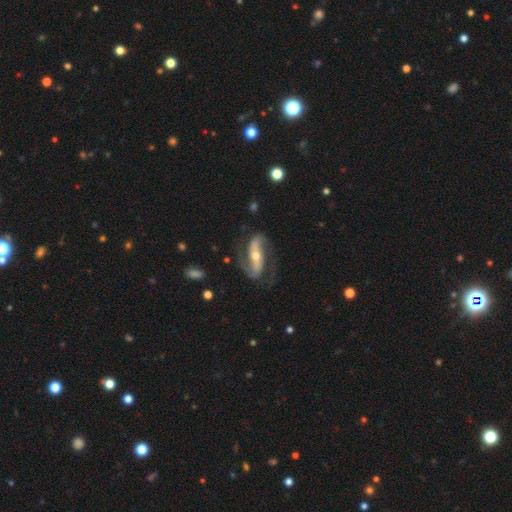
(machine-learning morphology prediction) Smooth or featured: featured or disk — 87% (smooth — 8%)
Edge-on disk: no — 93% (yes — 7%)
Bar: strong — 56% (weak — 24%)
Spiral arms: yes — 95% (no — 5%)
Spiral winding: medium — 45% (loose — 38%)
Spiral arm count: 2 — 91% (can't tell — 3%)
Bulge size: moderate — 58% (small — 36%)
Merging: none — 70% (minor disturbance — 16%)